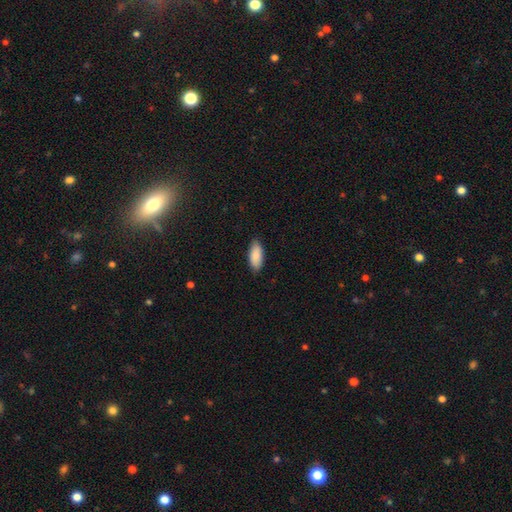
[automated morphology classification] Smooth or featured? Predicted: smooth (p=0.90). How rounded? Predicted: in between (p=0.85). Merging? Predicted: none (p=0.88).